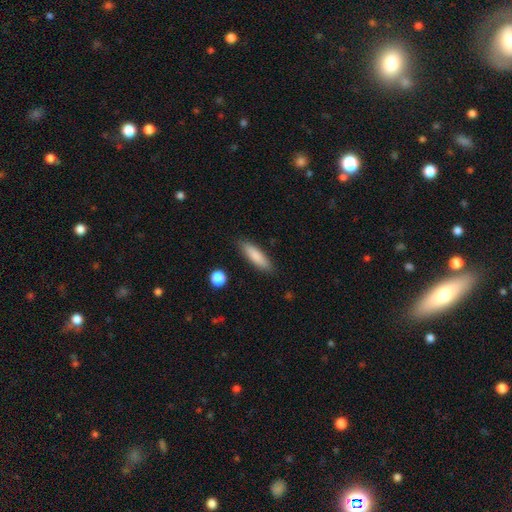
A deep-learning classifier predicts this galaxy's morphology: A smooth galaxy with no disk features (84%) that is cigar-shaped (64%). Merging: none (87%).